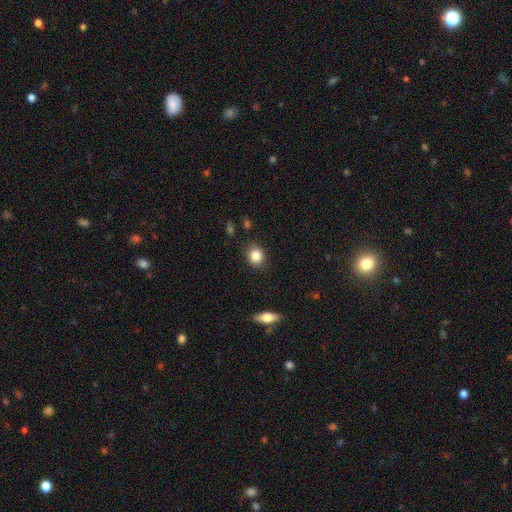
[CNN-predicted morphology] smooth 84%, star or artifact 9%, featured or disk 6%. Down the decision tree: how rounded — round (66%); merging — none (84%).